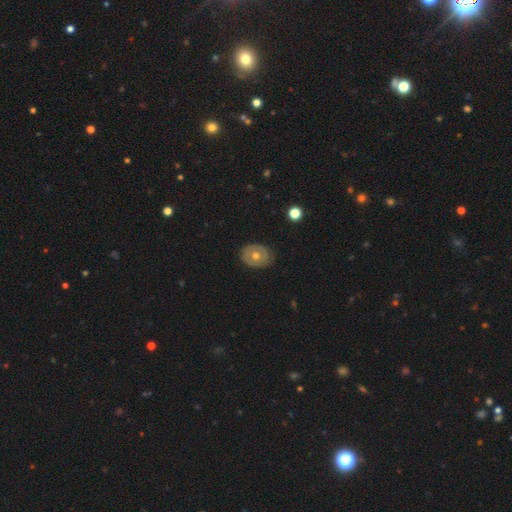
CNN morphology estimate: This is possibly a featured or disk galaxy (49%). Merging: clearly none (85%).